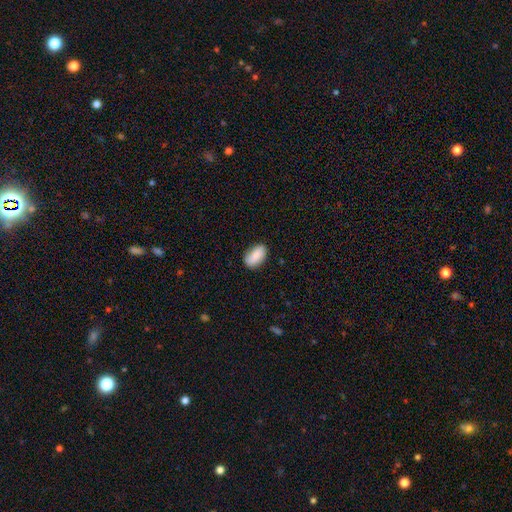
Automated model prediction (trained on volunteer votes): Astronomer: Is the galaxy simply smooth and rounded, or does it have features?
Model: smooth — 85%.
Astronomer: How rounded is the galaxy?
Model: in between — 92%.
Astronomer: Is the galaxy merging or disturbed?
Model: none — 82%.